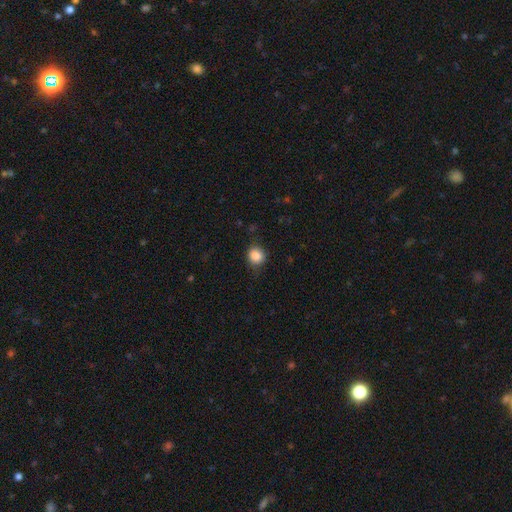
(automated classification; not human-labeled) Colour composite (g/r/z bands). It shows a smooth galaxy with no disk features (86%) that is round (81%). Merging: none (78%).